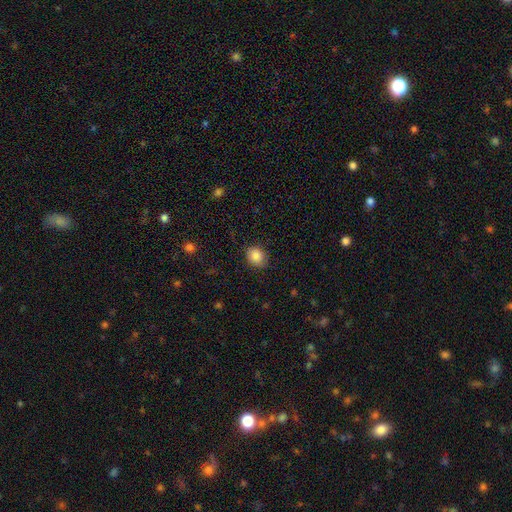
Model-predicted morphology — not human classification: Smooth or featured? smooth (86%)
How rounded? round (56%)
Merging? none (80%)